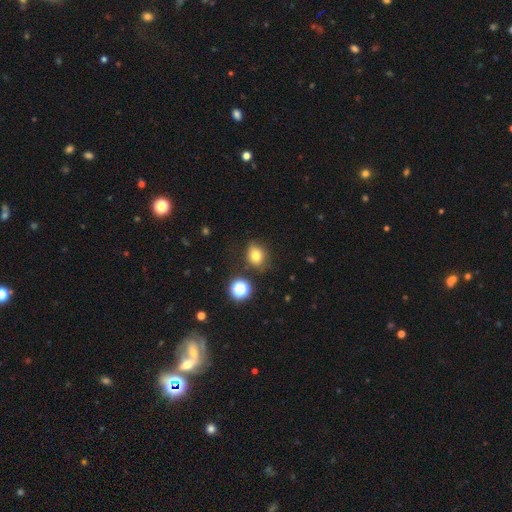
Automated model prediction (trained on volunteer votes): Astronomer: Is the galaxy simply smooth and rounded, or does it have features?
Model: smooth — 76%.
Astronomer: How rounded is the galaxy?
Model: round — 61% (runner-up: in between, 38%).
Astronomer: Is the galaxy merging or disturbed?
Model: none — 78%.